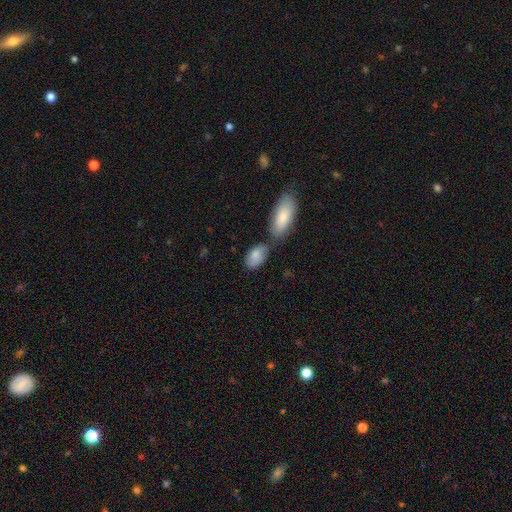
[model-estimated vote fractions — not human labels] A smooth galaxy with no disk features (80%) that is in between round and cigar-shaped (91%).

Vote fractions:
- Smooth or featured? smooth: 80% / featured or disk: 13% / star or artifact: 7%
- How rounded? in between: 91% / round: 6% / cigar-shaped: 3%
- Merging? none: 47% / merger: 30% / minor disturbance: 18% / major disturbance: 6%